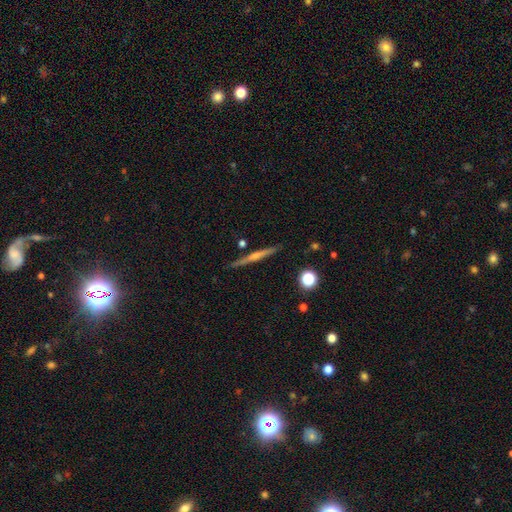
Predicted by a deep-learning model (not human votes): Q: Smooth or featured?
A: featured or disk (74%); runner-up: smooth (18%)
Q: Edge-on disk?
A: yes (98%); runner-up: no (2%)
Q: Edge-on bulge?
A: rounded (70%); runner-up: none (23%)
Q: Merging?
A: none (91%); runner-up: minor disturbance (6%)